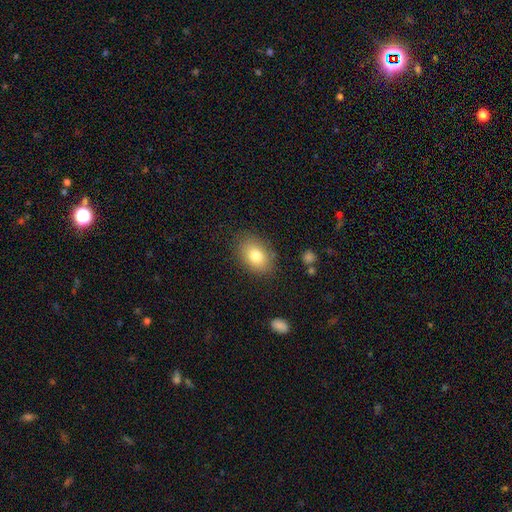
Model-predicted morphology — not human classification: A smooth galaxy with no disk features (80%) that is in between round and cigar-shaped (77%).

Vote fractions:
- Smooth or featured? smooth: 80% / featured or disk: 11% / star or artifact: 9%
- How rounded? in between: 77% / round: 22% / cigar-shaped: 1%
- Merging? none: 83% / minor disturbance: 12% / major disturbance: 4% / merger: 2%